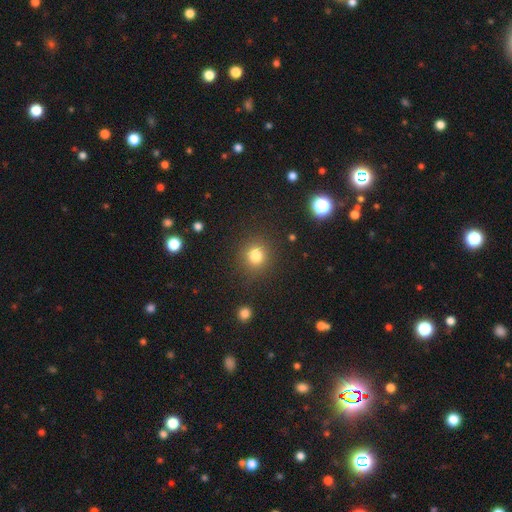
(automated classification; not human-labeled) Smooth or featured? smooth (81%)
How rounded? round (88%)
Merging? none (87%)